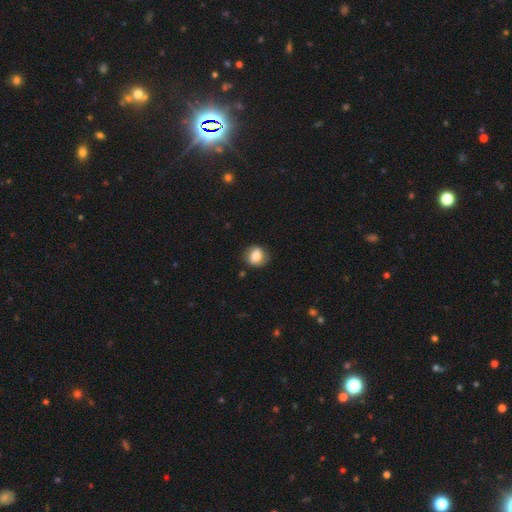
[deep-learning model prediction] smooth_or_featured: smooth (p=0.78) [alt: featured or disk p=0.13]
how_rounded: round (p=0.69) [alt: in between p=0.30]
merging: none (p=0.80) [alt: minor disturbance p=0.15]